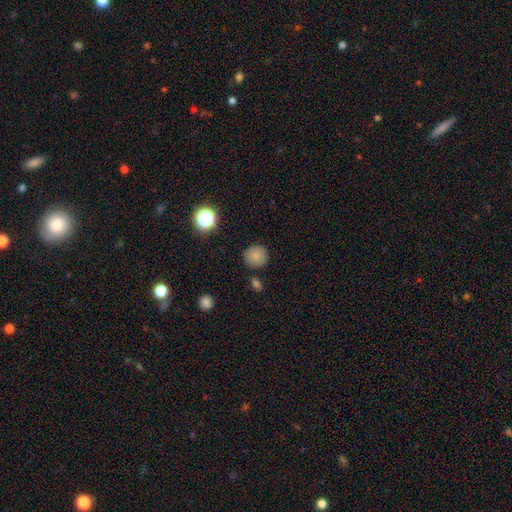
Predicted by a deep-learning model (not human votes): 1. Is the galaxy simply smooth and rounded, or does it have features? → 80% smooth, 12% star or artifact, 8% featured or disk.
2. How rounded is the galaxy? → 92% round, 7% in between, 1% cigar-shaped.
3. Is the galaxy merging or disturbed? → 85% none, 9% minor disturbance, 3% merger, 3% major disturbance.